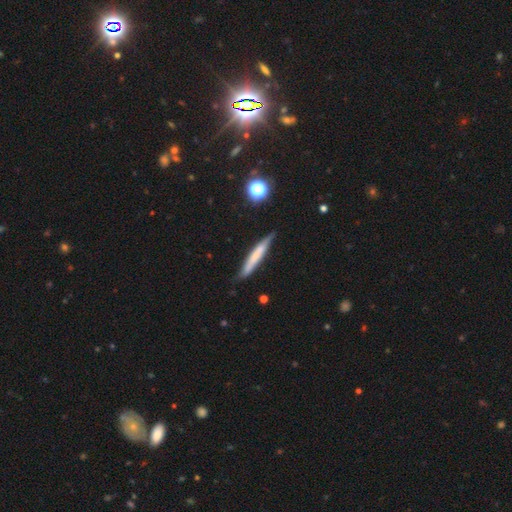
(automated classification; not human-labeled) This is possibly a smooth galaxy (58%). How rounded: clearly cigar-shaped (94%). Merging: likely none (78%).